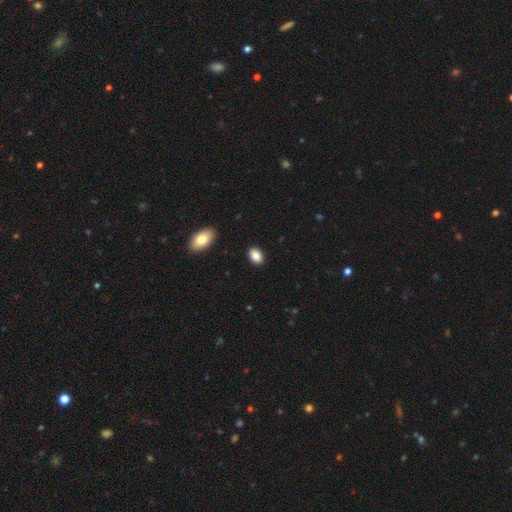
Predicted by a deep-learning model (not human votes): Smooth or featured: smooth — 88% (star or artifact — 8%)
How rounded: in between — 86% (round — 12%)
Merging: none — 89% (minor disturbance — 7%)